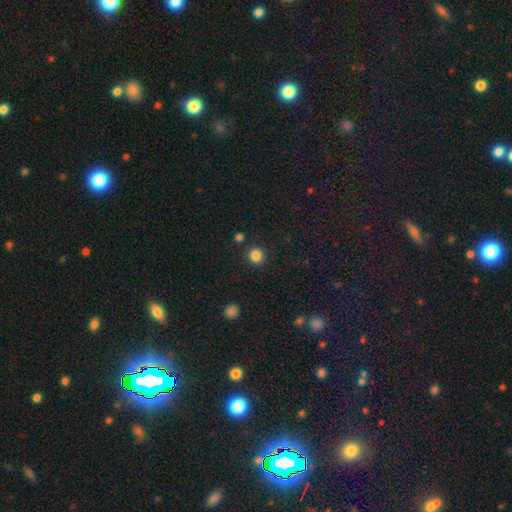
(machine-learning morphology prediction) The model was most divided on "how rounded": round: 82%, in between: 17%, cigar-shaped: 1%. More confident: merging — none (88%); smooth or featured — smooth (85%).